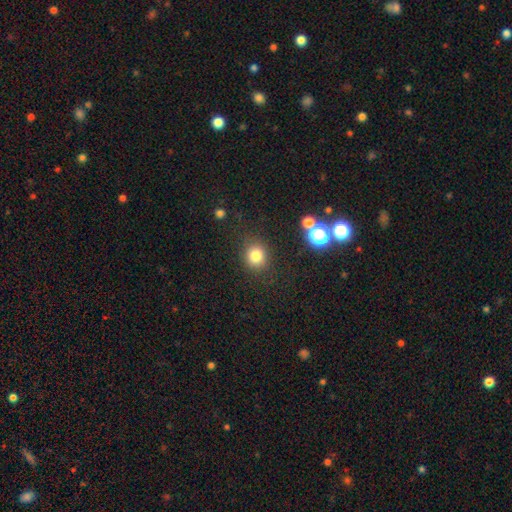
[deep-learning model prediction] A smooth galaxy with no disk features (80%) that is round (81%).

Vote fractions:
- Smooth or featured? smooth: 80% / star or artifact: 13% / featured or disk: 7%
- How rounded? round: 81% / in between: 18% / cigar-shaped: 1%
- Merging? none: 84% / minor disturbance: 9% / major disturbance: 4% / merger: 3%